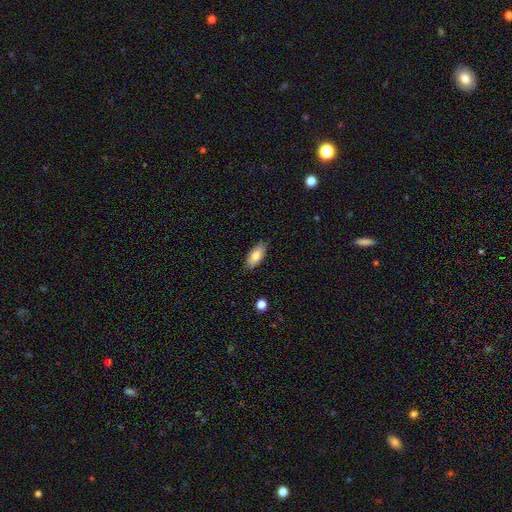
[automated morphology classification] smooth-or-featured: smooth: 81% | featured or disk: 13% | star or artifact: 7%
  how-rounded: in between: 86% | cigar-shaped: 12% | round: 2%
  merging: none: 86% | minor disturbance: 11% | major disturbance: 2% | merger: 1%